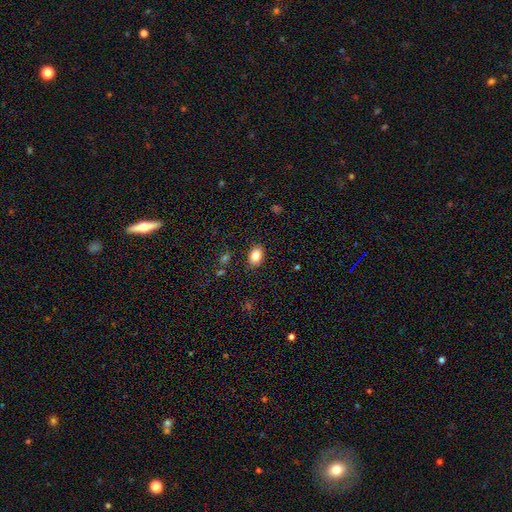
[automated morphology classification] Q: Smooth or featured?
A: smooth (83%); runner-up: star or artifact (9%)
Q: How rounded?
A: in between (78%); runner-up: round (20%)
Q: Merging?
A: none (86%); runner-up: minor disturbance (10%)